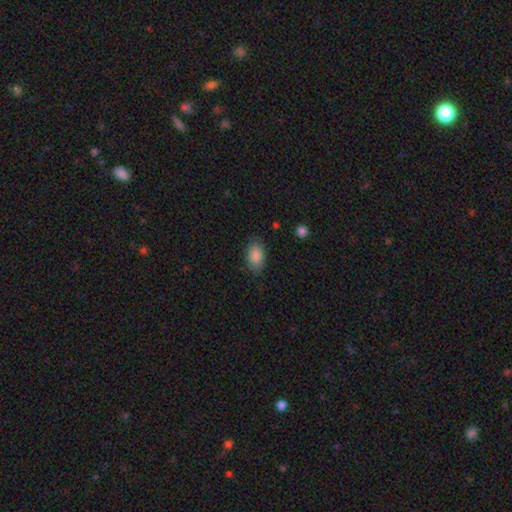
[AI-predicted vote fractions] smooth-or-featured: smooth: 86% | star or artifact: 7% | featured or disk: 6%
  how-rounded: in between: 90% | round: 8% | cigar-shaped: 2%
  merging: none: 81% | minor disturbance: 14% | major disturbance: 4% | merger: 1%